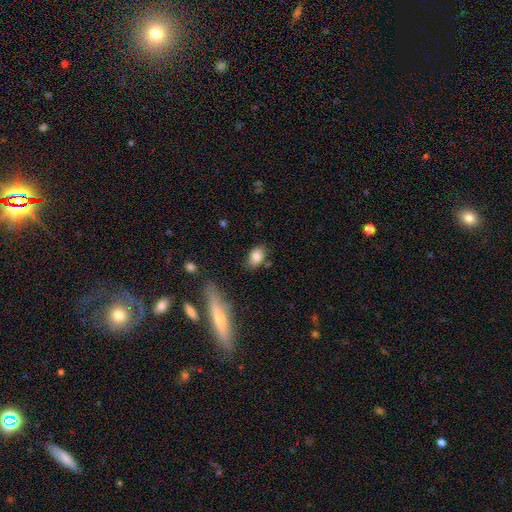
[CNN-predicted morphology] type=smooth (83%); roundness=in between (82%); merging=none (77%).